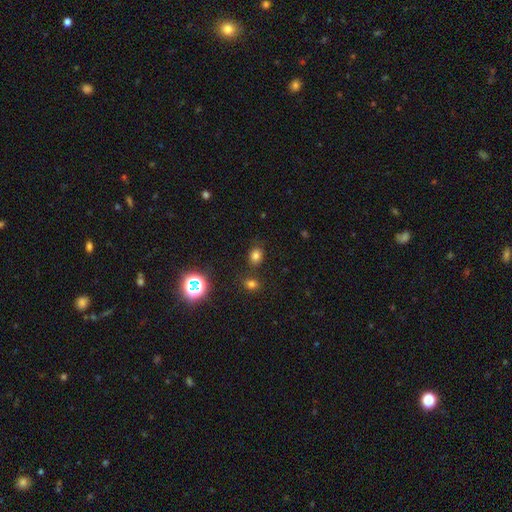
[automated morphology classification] type=smooth (75%); roundness=in between (56%); merging=none (77%).